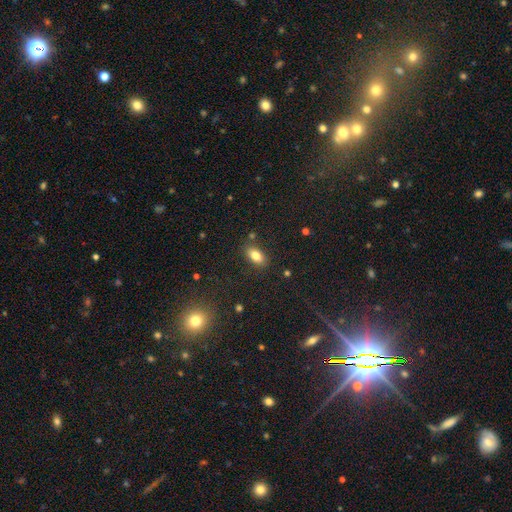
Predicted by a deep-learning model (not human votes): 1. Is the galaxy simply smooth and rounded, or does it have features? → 80% smooth, 10% featured or disk, 10% star or artifact.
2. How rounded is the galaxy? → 89% in between, 6% round, 5% cigar-shaped.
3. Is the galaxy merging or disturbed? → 84% none, 11% minor disturbance, 3% merger, 3% major disturbance.